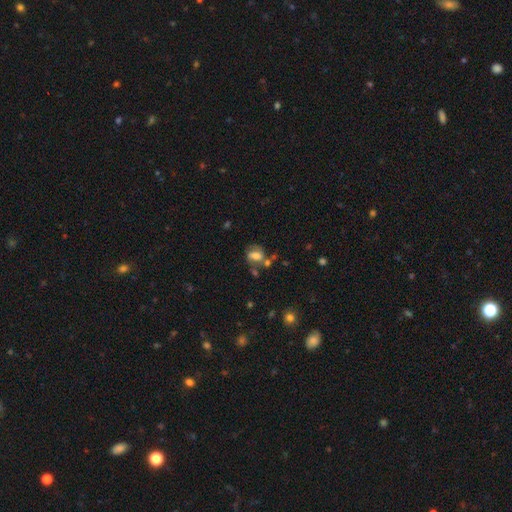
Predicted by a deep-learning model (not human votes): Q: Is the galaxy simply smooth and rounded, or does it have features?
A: smooth — 49%.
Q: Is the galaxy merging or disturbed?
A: none — 45%.